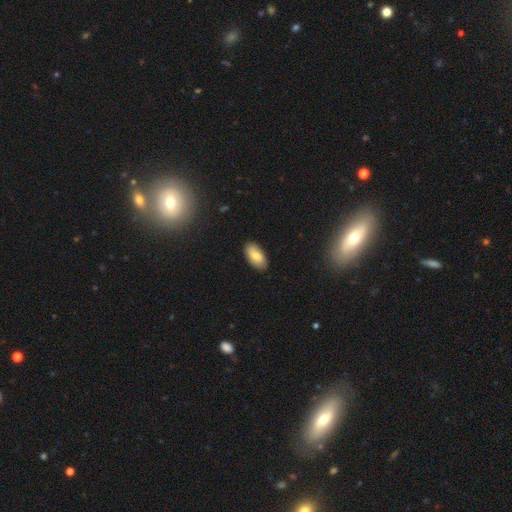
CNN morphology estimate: Smooth or featured?
  - smooth: 79% *
  - featured or disk: 14%
  - star or artifact: 7%
How rounded?
  - in between: 94% *
  - cigar-shaped: 4%
  - round: 2%
Merging?
  - none: 86% *
  - minor disturbance: 11%
  - major disturbance: 2%
  - merger: 1%